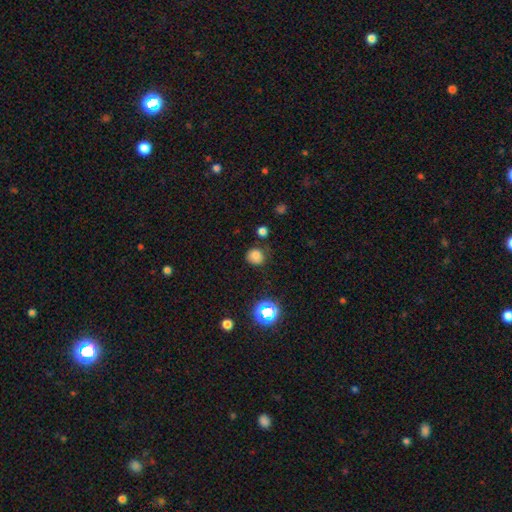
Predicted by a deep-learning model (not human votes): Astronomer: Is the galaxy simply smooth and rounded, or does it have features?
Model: smooth — 77%.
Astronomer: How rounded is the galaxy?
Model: round — 84%.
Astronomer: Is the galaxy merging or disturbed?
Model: none — 73%.